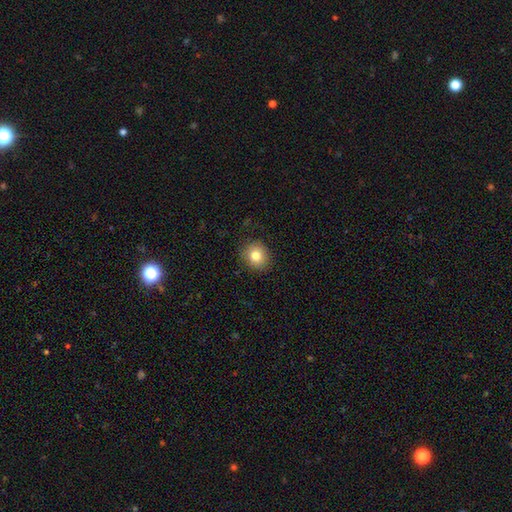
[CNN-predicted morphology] type=smooth (81%); roundness=round (79%); merging=none (88%).